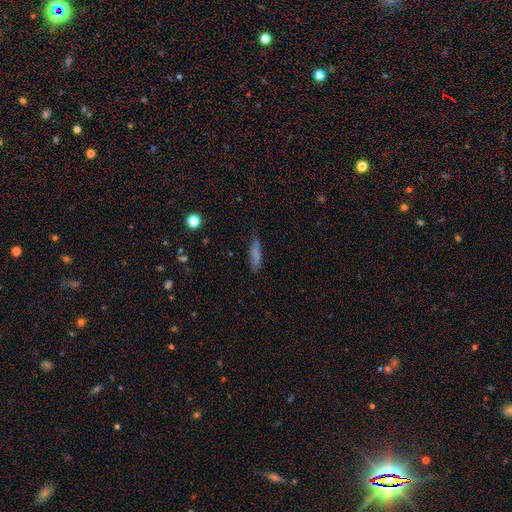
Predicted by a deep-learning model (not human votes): A smooth galaxy with no disk features (66%) that is cigar-shaped (80%).

Vote fractions:
- Smooth or featured? smooth: 66% / featured or disk: 22% / star or artifact: 12%
- How rounded? cigar-shaped: 80% / in between: 18% / round: 3%
- Merging? none: 77% / minor disturbance: 17% / major disturbance: 4% / merger: 2%